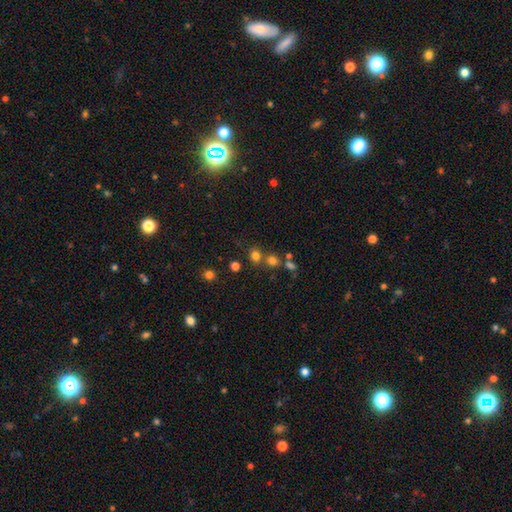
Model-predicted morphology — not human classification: This is likely a smooth galaxy (72%). How rounded: clearly round (82%). Merging: likely none (64%).